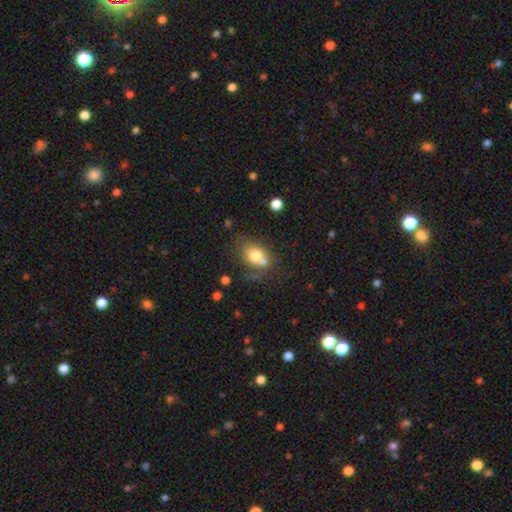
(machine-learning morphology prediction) Q: Smooth or featured?
A: smooth (72%); runner-up: featured or disk (18%)
Q: How rounded?
A: in between (55%); runner-up: round (44%)
Q: Merging?
A: none (41%); runner-up: merger (37%)